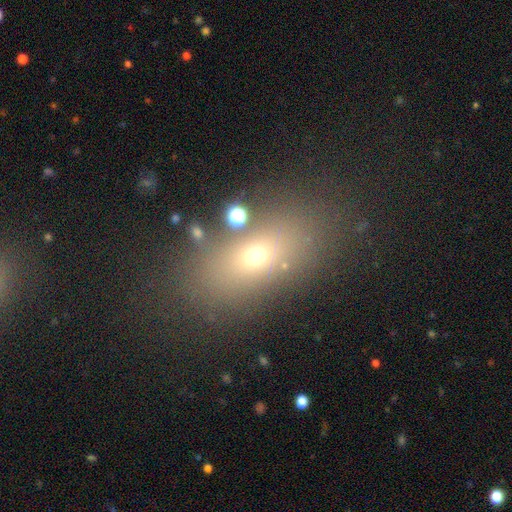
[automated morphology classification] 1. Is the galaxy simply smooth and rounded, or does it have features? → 63% smooth, 19% star or artifact, 18% featured or disk.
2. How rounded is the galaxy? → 76% in between, 17% round, 7% cigar-shaped.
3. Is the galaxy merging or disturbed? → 77% none, 11% minor disturbance, 6% major disturbance, 6% merger.